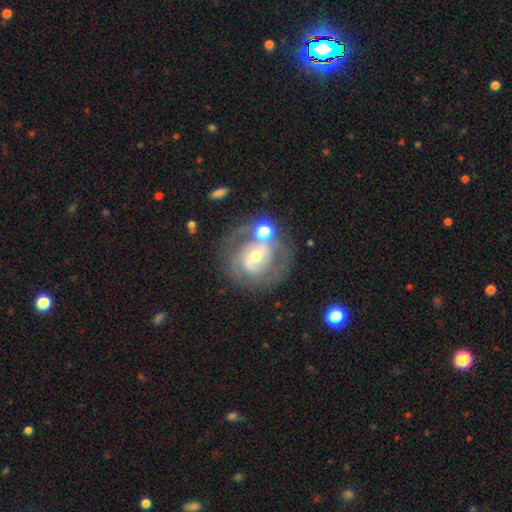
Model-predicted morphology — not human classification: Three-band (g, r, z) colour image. It shows a featured or disk galaxy (76%) with no bar (48%), 2 (53%) tight (53%) spiral arms (84%) and a moderate central bulge (52%). Merging: none (60%).